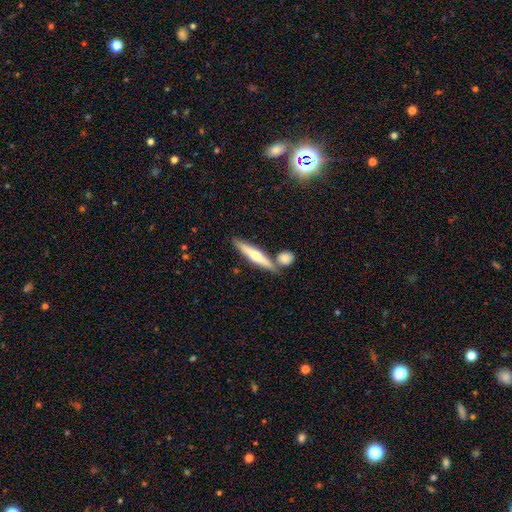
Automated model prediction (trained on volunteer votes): A smooth galaxy with no disk features (49%).

Vote fractions:
- Smooth or featured? smooth: 49% / featured or disk: 46% / star or artifact: 5%
- Merging? none: 70% / merger: 17% / minor disturbance: 10% / major disturbance: 3%